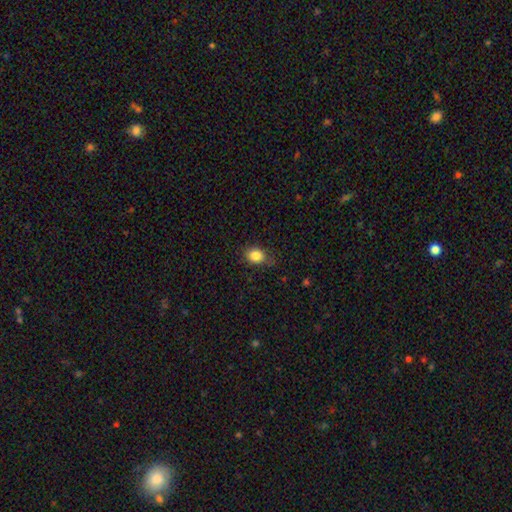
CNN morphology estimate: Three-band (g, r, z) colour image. It shows a smooth galaxy with no disk features (84%) that is in between round and cigar-shaped (51%). Merging: none (74%).